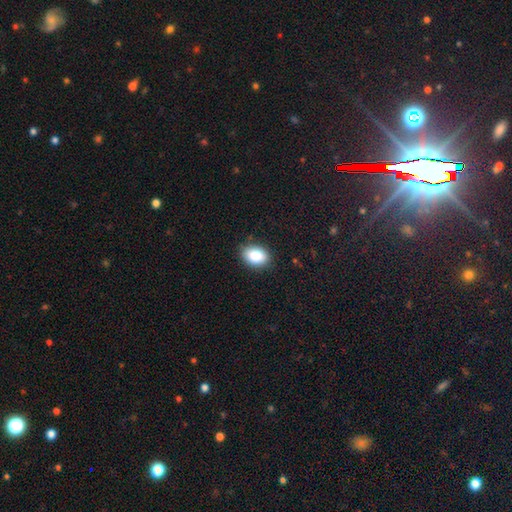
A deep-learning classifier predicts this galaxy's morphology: The model was most divided on "how rounded": in between: 80%, round: 19%, cigar-shaped: 1%. More confident: smooth or featured — smooth (87%); merging — none (86%).